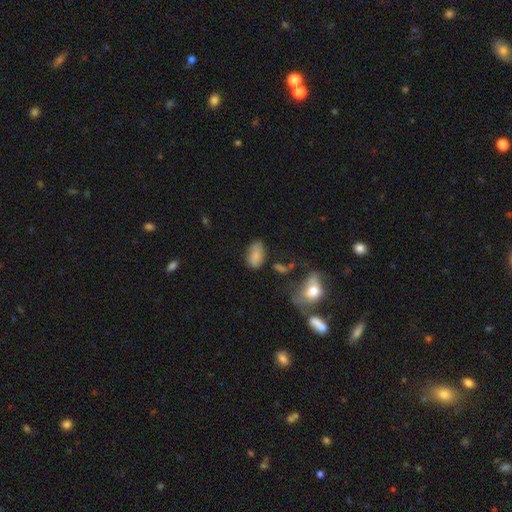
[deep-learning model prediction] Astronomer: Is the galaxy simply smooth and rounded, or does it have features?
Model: smooth — 78%.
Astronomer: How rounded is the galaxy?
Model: in between — 90%.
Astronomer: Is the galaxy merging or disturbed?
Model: none — 58%.